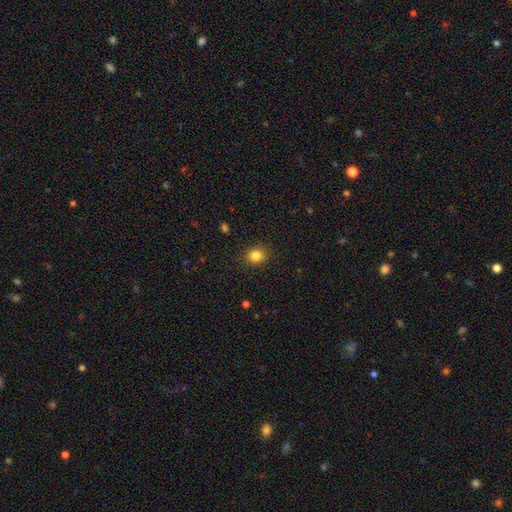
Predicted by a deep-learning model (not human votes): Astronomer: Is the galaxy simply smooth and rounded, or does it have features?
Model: smooth — 83%.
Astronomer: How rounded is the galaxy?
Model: round — 73%.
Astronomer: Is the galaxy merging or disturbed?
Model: none — 90%.